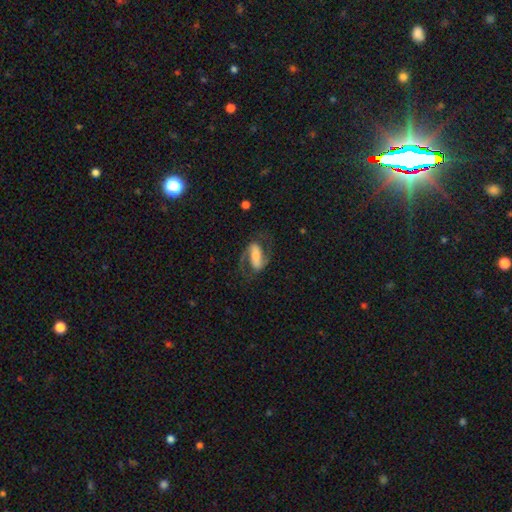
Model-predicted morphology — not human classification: Smooth or featured? featured or disk (78%)
Edge-on disk? no (95%)
Bar? strong (56%)
Spiral arms? yes (93%)
Spiral winding? medium (49%)
Spiral arm count? 2 (90%)
Bulge size? small (39%)
Merging? none (69%)